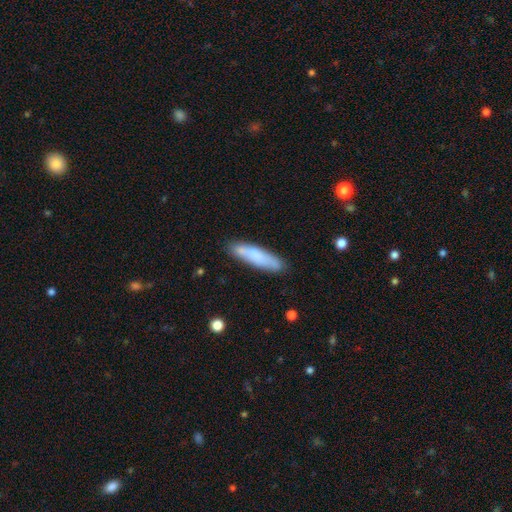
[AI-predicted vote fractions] A smooth galaxy with no disk features (75%) that is cigar-shaped (76%). Merging: none (82%).